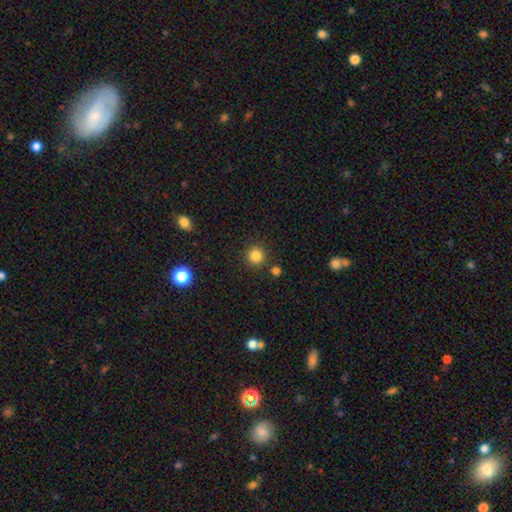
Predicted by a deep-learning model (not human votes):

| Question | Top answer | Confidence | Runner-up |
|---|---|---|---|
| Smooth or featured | smooth | 83% | star or artifact (13%) |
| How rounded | round | 94% | in between (5%) |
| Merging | none | 87% | minor disturbance (7%) |